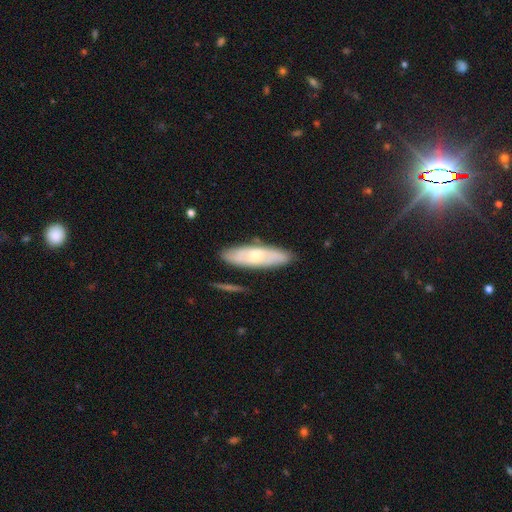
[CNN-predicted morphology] Q: Smooth or featured?
A: featured or disk (48%); runner-up: smooth (46%)
Q: Merging?
A: none (82%); runner-up: minor disturbance (13%)